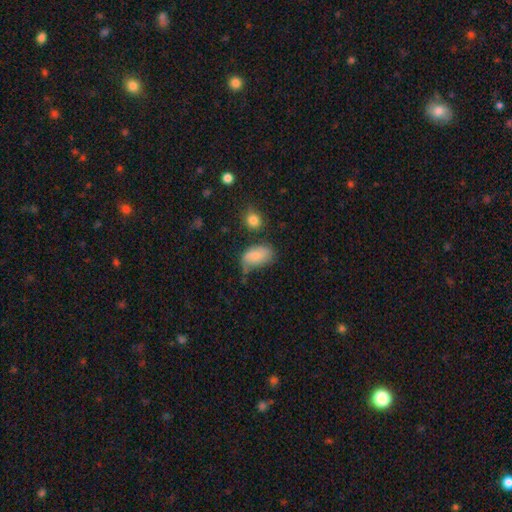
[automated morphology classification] This is likely a smooth galaxy (78%). How rounded: clearly in between (91%). Merging: marginally none (37%).